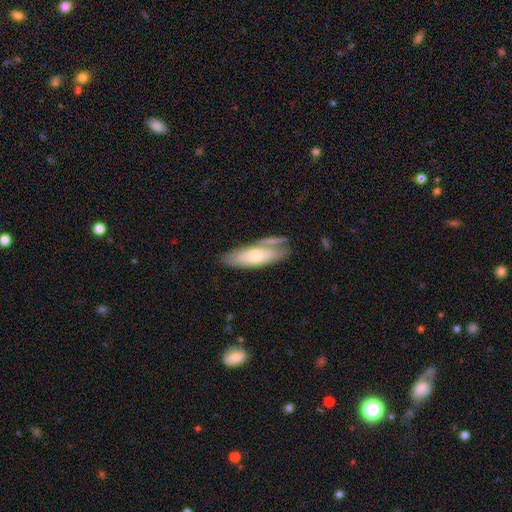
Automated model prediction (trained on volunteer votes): Q: Smooth or featured?
A: smooth (56%); runner-up: featured or disk (39%)
Q: How rounded?
A: in between (60%); runner-up: cigar-shaped (38%)
Q: Merging?
A: none (56%); runner-up: minor disturbance (20%)